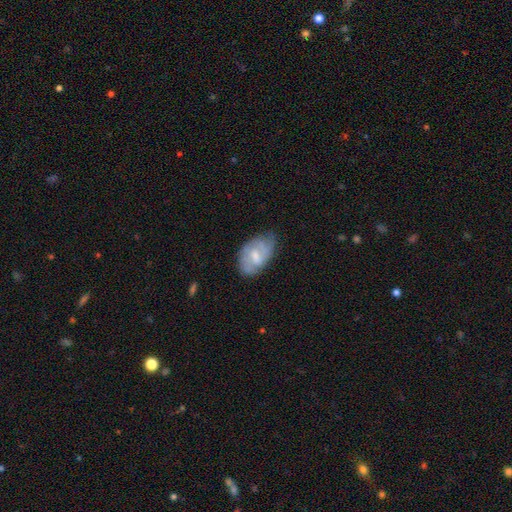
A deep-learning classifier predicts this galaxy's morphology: type=featured or disk (58%); edge-on=no (96%); bar=weak (55%); spiral arms=yes (79%); bulge=moderate (50%); merging=none (59%).